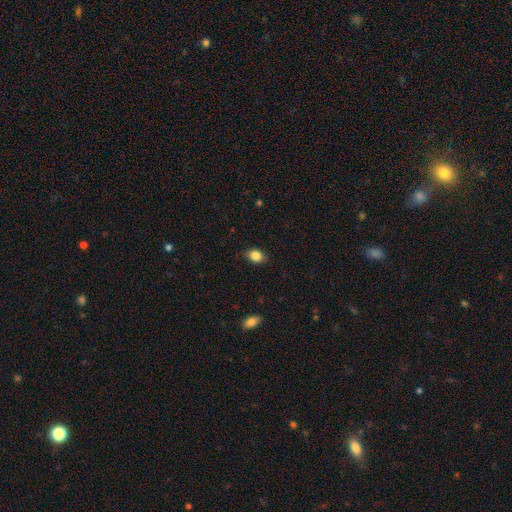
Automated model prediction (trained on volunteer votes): Overall: smooth (85%). How rounded: in between (71%). Merging: none (84%).